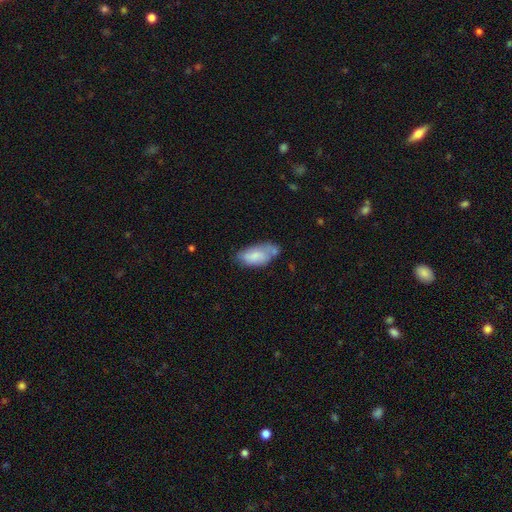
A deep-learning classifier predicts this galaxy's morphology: This appears to be a smooth galaxy with no disk features (72%) that is in between round and cigar-shaped (89%). Merging: none (47%).